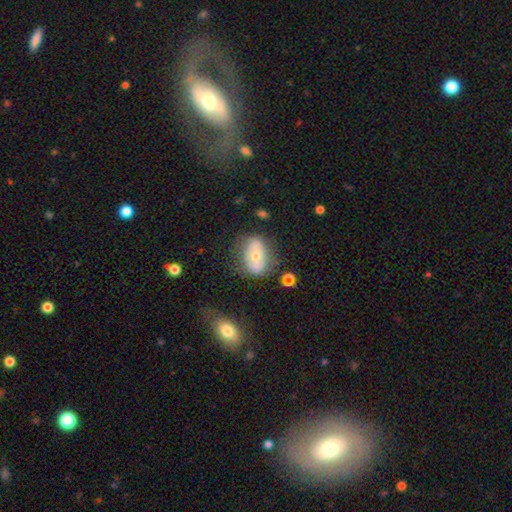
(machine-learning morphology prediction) smooth-or-featured: smooth: 49% | featured or disk: 42% | star or artifact: 9%
  merging: none: 65% | minor disturbance: 20% | major disturbance: 9% | merger: 6%